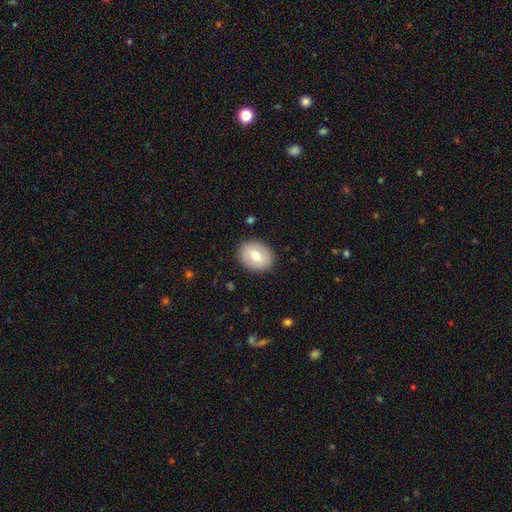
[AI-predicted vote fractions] smooth_or_featured: smooth (p=0.70) [alt: featured or disk p=0.23]
how_rounded: in between (p=0.54) [alt: round p=0.45]
merging: none (p=0.88) [alt: minor disturbance p=0.09]